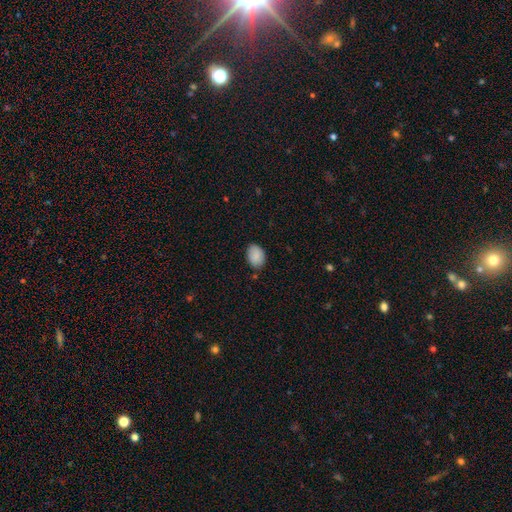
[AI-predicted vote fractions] This appears to be a smooth galaxy with no disk features (89%) that is in between round and cigar-shaped (79%). Merging: none (80%).